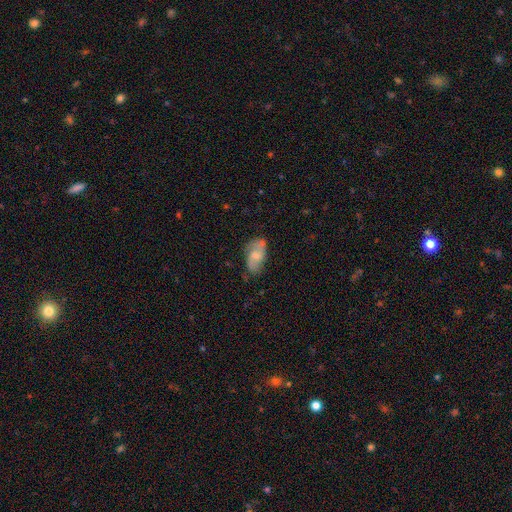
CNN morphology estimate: smooth_or_featured: featured or disk (p=0.53) [alt: smooth p=0.40]
disk_edge_on: no (p=0.95) [alt: yes p=0.05]
bar: no (p=0.54) [alt: weak p=0.39]
has_spiral_arms: yes (p=0.82) [alt: no p=0.18]
bulge_size: moderate (p=0.46) [alt: small p=0.39]
merging: none (p=0.60) [alt: minor disturbance p=0.26]